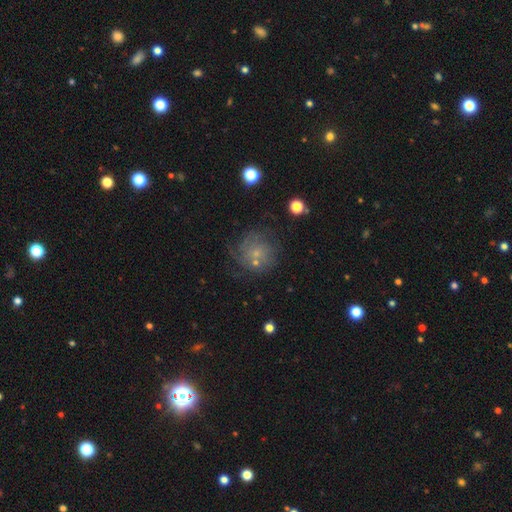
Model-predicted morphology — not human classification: smooth_or_featured: featured or disk (p=0.42) [alt: smooth p=0.36]
merging: none (p=0.66) [alt: minor disturbance p=0.16]